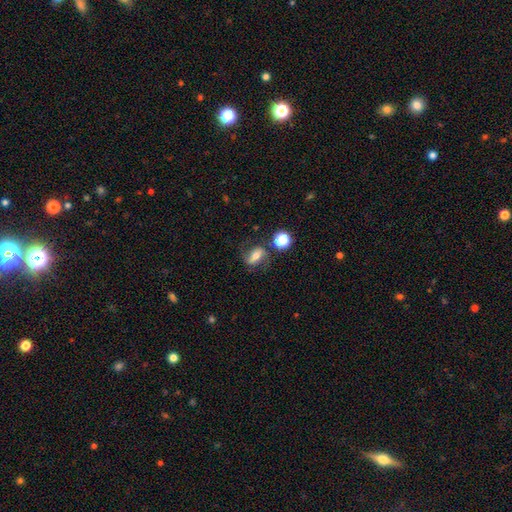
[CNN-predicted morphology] smooth_or_featured: featured or disk (p=0.45) [alt: smooth p=0.42]
merging: none (p=0.62) [alt: minor disturbance p=0.18]